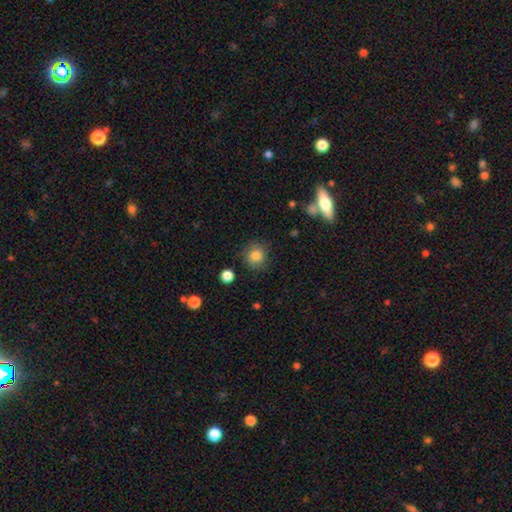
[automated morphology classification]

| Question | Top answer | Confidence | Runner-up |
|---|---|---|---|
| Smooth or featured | smooth | 84% | star or artifact (10%) |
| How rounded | round | 87% | in between (12%) |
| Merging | none | 84% | minor disturbance (11%) |